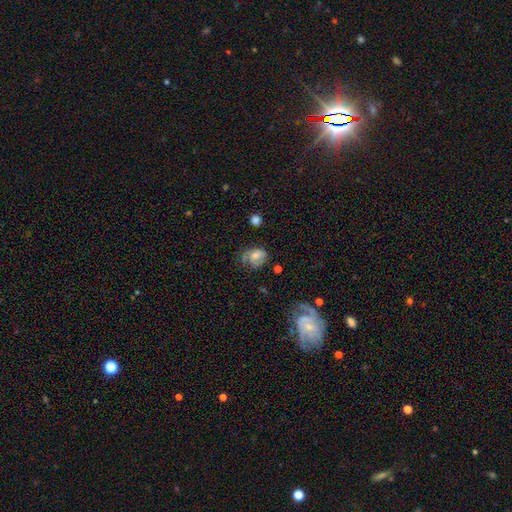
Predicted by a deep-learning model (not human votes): Q: Smooth or featured?
A: smooth (47%); runner-up: featured or disk (41%)
Q: Merging?
A: none (45%); runner-up: minor disturbance (27%)